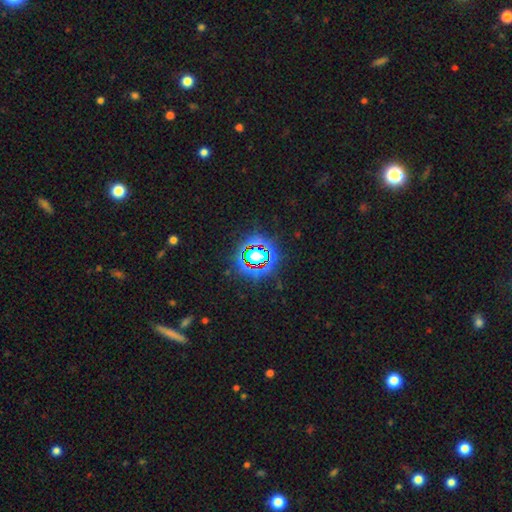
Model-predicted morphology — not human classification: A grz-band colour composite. It shows a star or artifact, not a galaxy (71%).